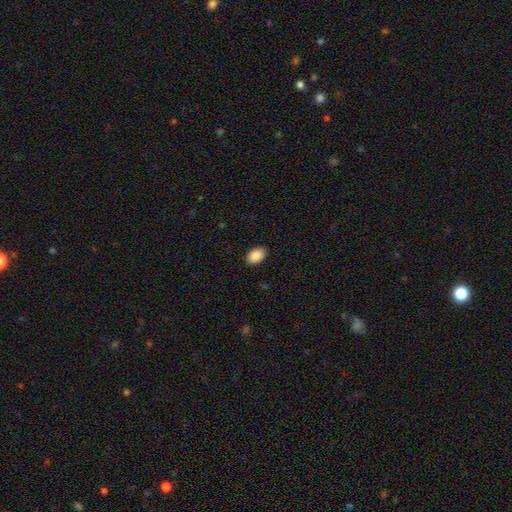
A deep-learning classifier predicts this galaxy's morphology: Overall: smooth (90%). How rounded: in between (82%). Merging: none (90%).